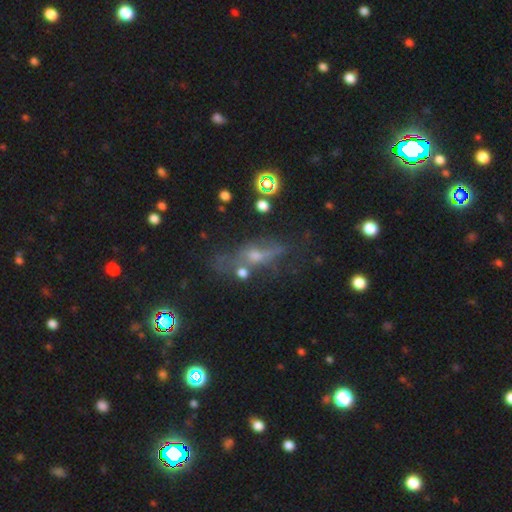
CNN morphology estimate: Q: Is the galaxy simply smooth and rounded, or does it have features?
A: featured or disk — 41%.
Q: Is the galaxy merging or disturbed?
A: none — 47%.